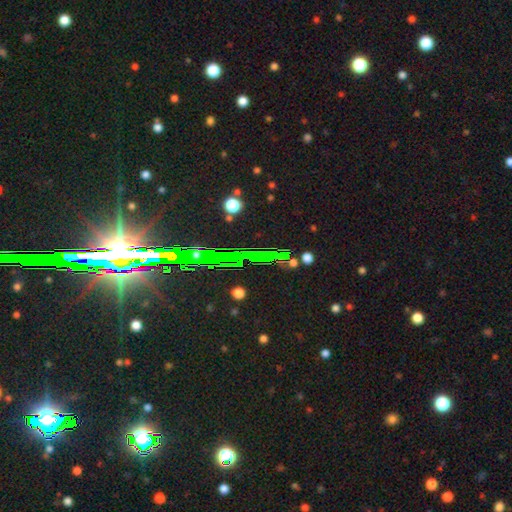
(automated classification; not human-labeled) star or artifact 78%, featured or disk 13%, smooth 8%.